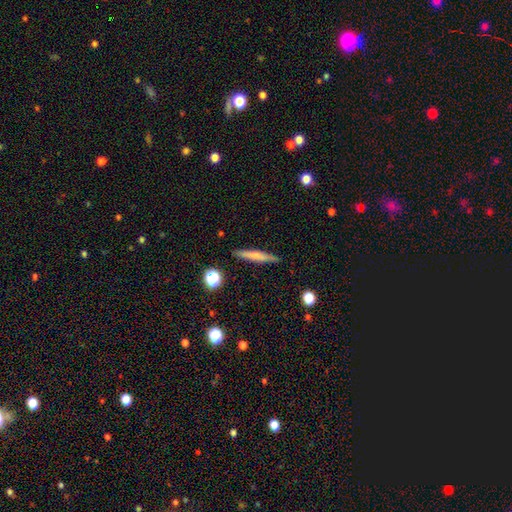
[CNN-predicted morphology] A smooth galaxy with no disk features (60%) that is cigar-shaped (93%).

Vote fractions:
- Smooth or featured? smooth: 60% / featured or disk: 32% / star or artifact: 8%
- How rounded? cigar-shaped: 93% / in between: 5% / round: 2%
- Merging? none: 89% / minor disturbance: 8% / major disturbance: 2% / merger: 2%